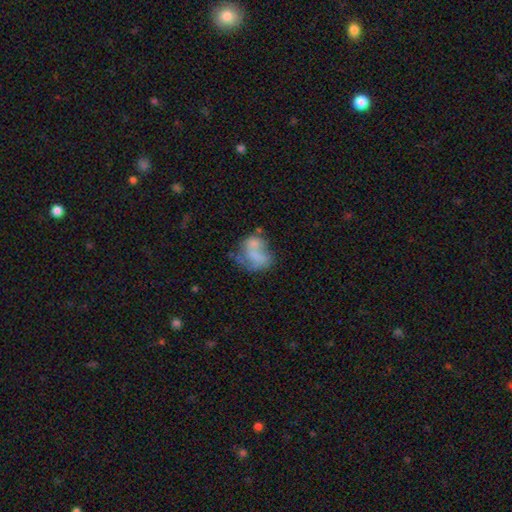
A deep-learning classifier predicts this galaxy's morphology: A smooth galaxy with no disk features (56%) that is in between round and cigar-shaped (58%). Merging: merger (28%).